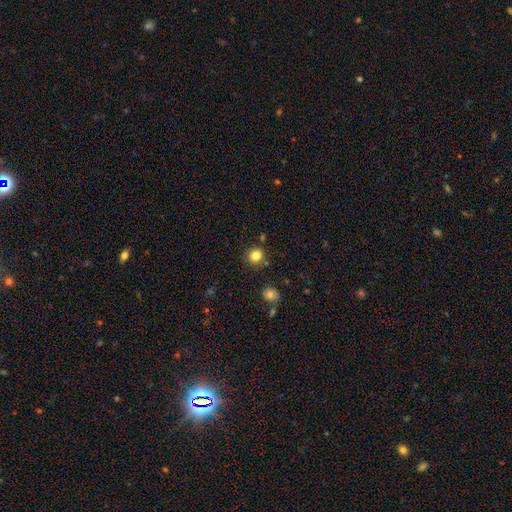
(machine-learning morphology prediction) Smooth or featured?
  - smooth: 83% *
  - star or artifact: 12%
  - featured or disk: 5%
How rounded?
  - round: 86% *
  - in between: 13%
  - cigar-shaped: 1%
Merging?
  - none: 85% *
  - minor disturbance: 8%
  - merger: 4%
  - major disturbance: 2%